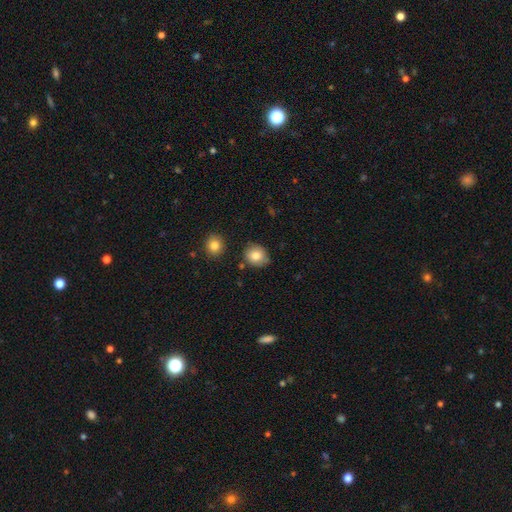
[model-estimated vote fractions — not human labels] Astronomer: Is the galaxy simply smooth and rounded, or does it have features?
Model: smooth — 82%.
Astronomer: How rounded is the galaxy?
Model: round — 77%.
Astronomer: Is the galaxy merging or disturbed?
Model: none — 79%.